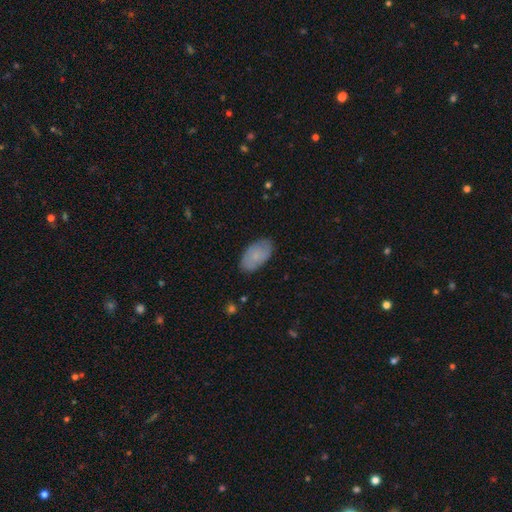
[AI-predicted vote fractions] Q: Smooth or featured?
A: smooth (75%); runner-up: featured or disk (19%)
Q: How rounded?
A: in between (94%); runner-up: round (4%)
Q: Merging?
A: none (83%); runner-up: minor disturbance (13%)